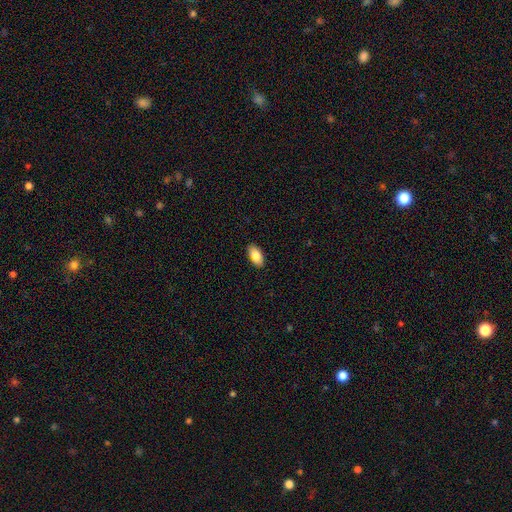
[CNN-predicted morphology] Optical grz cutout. It shows a smooth galaxy with no disk features (84%) that is in between round and cigar-shaped (93%). Merging: none (89%).